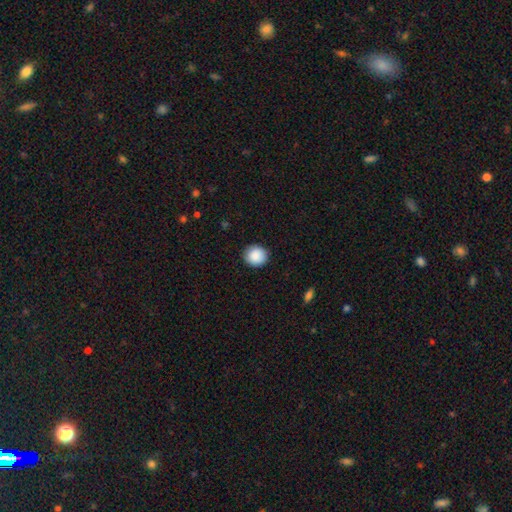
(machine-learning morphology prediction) smooth 89%, star or artifact 8%, featured or disk 3%. Down the decision tree: how rounded — round (89%); merging — none (90%).